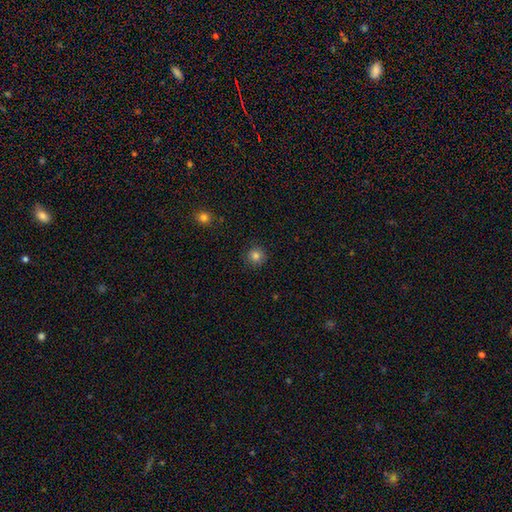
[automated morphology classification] type=smooth (82%); roundness=round (94%); merging=none (90%).